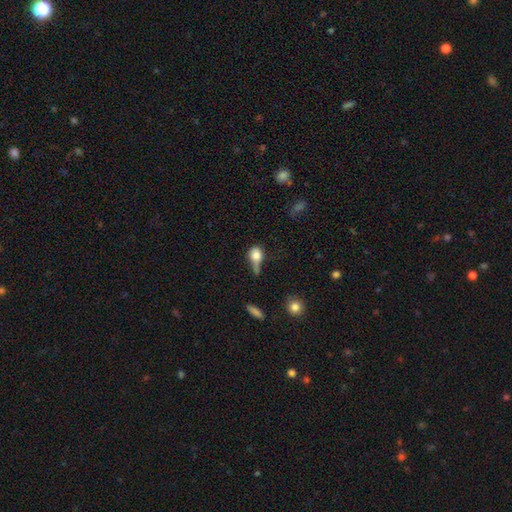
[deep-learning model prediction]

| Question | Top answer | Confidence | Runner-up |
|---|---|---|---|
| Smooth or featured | smooth | 75% | featured or disk (15%) |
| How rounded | in between | 52% | round (44%) |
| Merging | minor disturbance | 29% | major disturbance (27%) |